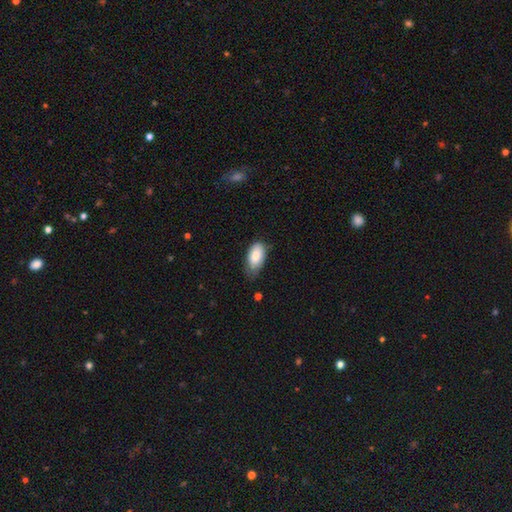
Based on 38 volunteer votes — Smooth or featured? smooth (87%)
How rounded? in between (97%)
Merging? none (54%)